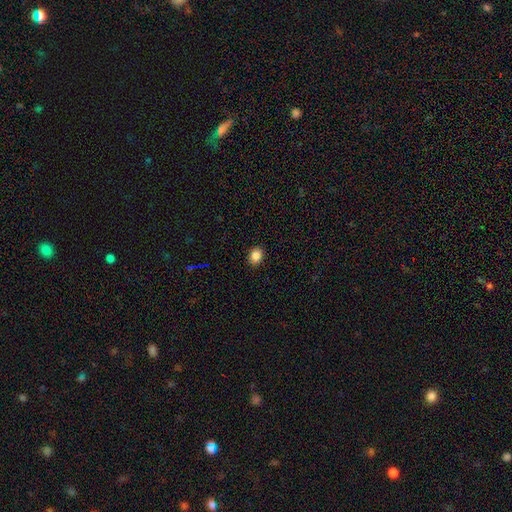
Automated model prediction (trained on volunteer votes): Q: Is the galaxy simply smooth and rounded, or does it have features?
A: smooth — 85%.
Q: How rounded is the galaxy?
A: in between — 50%, tied with round.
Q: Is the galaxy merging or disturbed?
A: none — 90%.